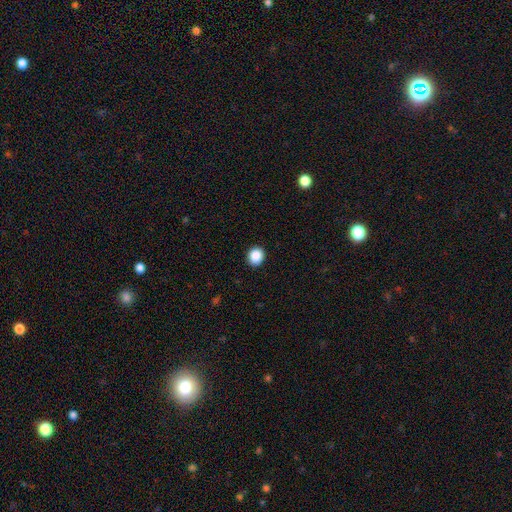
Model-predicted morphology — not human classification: The model was most divided on "how rounded": round: 80%, in between: 19%, cigar-shaped: 1%. More confident: merging — none (92%); smooth or featured — smooth (88%).